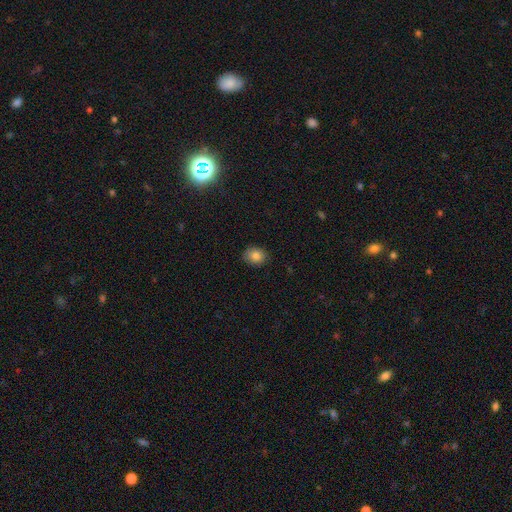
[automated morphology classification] Smooth or featured: smooth — 83% (star or artifact — 10%)
How rounded: round — 54% (in between — 45%)
Merging: none — 85% (minor disturbance — 12%)